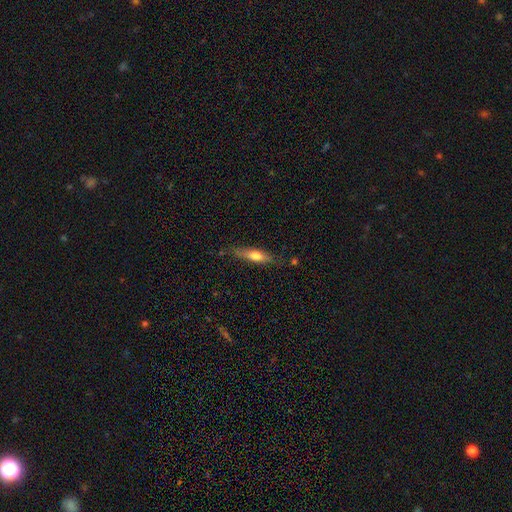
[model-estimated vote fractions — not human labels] This is possibly a smooth galaxy (56%). How rounded: likely cigar-shaped (68%). Merging: likely none (74%).